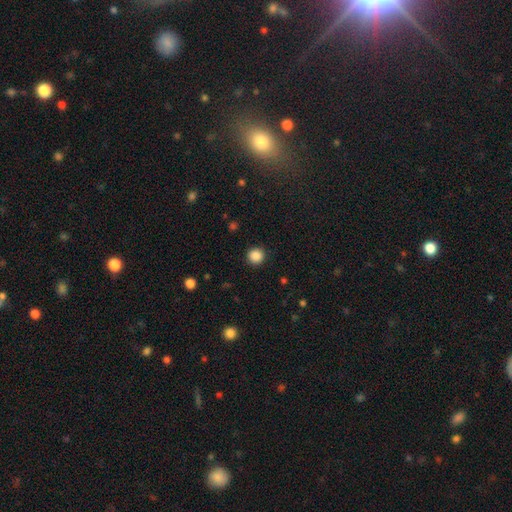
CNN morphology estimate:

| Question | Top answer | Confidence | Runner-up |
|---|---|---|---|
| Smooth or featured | smooth | 87% | star or artifact (10%) |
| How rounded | round | 94% | in between (5%) |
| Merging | none | 92% | minor disturbance (5%) |